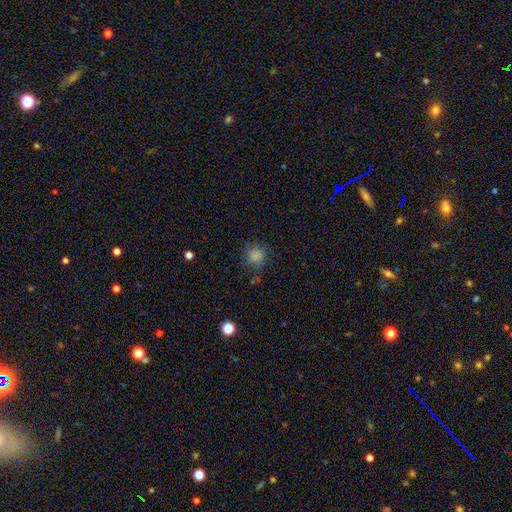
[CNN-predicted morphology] A smooth galaxy with no disk features (82%) that is round (85%).

Vote fractions:
- Smooth or featured? smooth: 82% / star or artifact: 13% / featured or disk: 5%
- How rounded? round: 85% / in between: 14% / cigar-shaped: 1%
- Merging? none: 75% / minor disturbance: 16% / major disturbance: 6% / merger: 3%